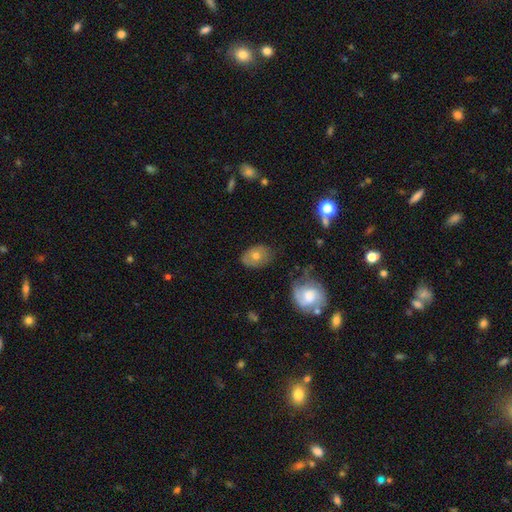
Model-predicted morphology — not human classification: Smooth or featured? smooth (52%)
How rounded? in between (69%)
Merging? none (70%)